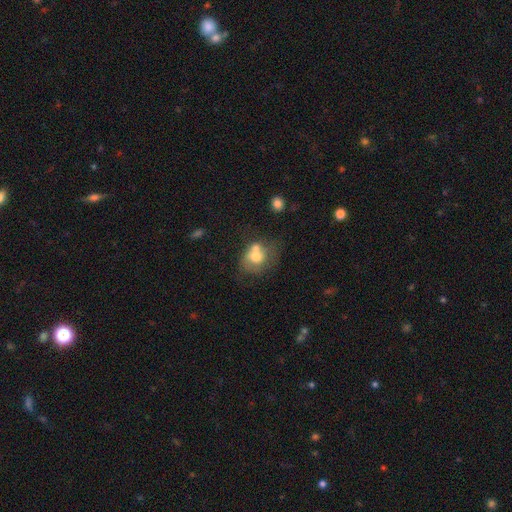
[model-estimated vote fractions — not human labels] smooth-or-featured: smooth: 65% | featured or disk: 26% | star or artifact: 10%
  how-rounded: round: 60% | in between: 39% | cigar-shaped: 1%
  merging: merger: 47% | none: 28% | minor disturbance: 16% | major disturbance: 9%